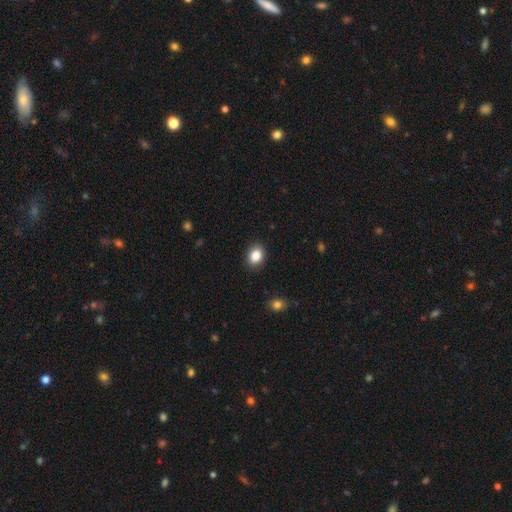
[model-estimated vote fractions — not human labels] The model was most divided on "how rounded": in between: 60%, round: 39%, cigar-shaped: 1%. More confident: merging — none (88%); smooth or featured — smooth (86%).